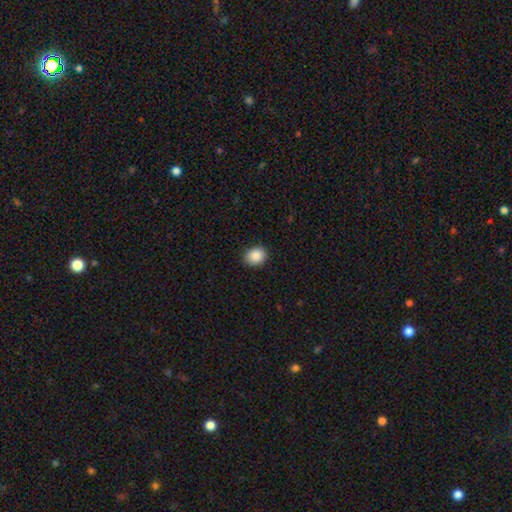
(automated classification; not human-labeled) A smooth galaxy with no disk features (88%) that is round (54%).

Vote fractions:
- Smooth or featured? smooth: 88% / star or artifact: 8% / featured or disk: 3%
- How rounded? round: 54% / in between: 45% / cigar-shaped: 1%
- Merging? none: 89% / minor disturbance: 8% / major disturbance: 2% / merger: 1%